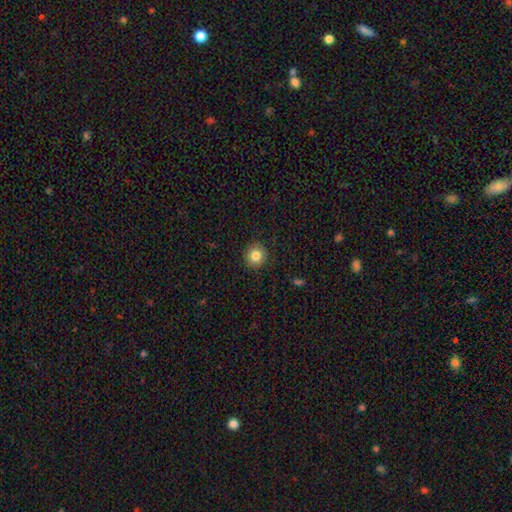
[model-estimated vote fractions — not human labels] A smooth galaxy with no disk features (83%) that is round (89%).

Vote fractions:
- Smooth or featured? smooth: 83% / star or artifact: 10% / featured or disk: 7%
- How rounded? round: 89% / in between: 10% / cigar-shaped: 1%
- Merging? none: 91% / minor disturbance: 7% / major disturbance: 2% / merger: 1%